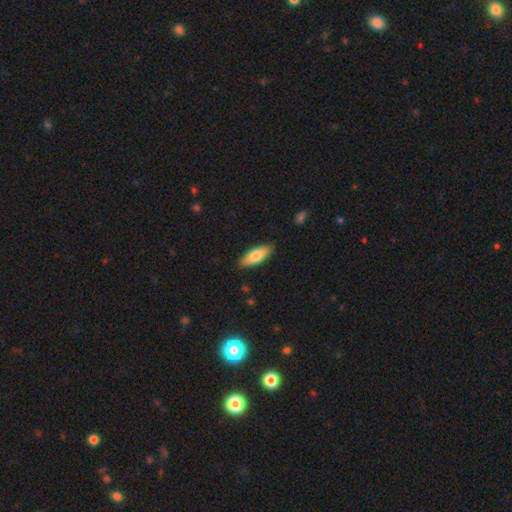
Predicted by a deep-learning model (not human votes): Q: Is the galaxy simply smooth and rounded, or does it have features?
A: smooth — 76%.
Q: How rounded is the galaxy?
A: in between — 72%.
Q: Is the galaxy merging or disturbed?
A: none — 87%.